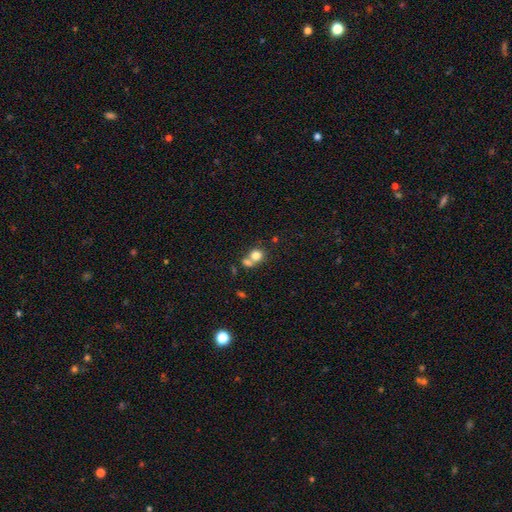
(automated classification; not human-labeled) Smooth or featured? smooth (78%)
How rounded? round (79%)
Merging? merger (46%)